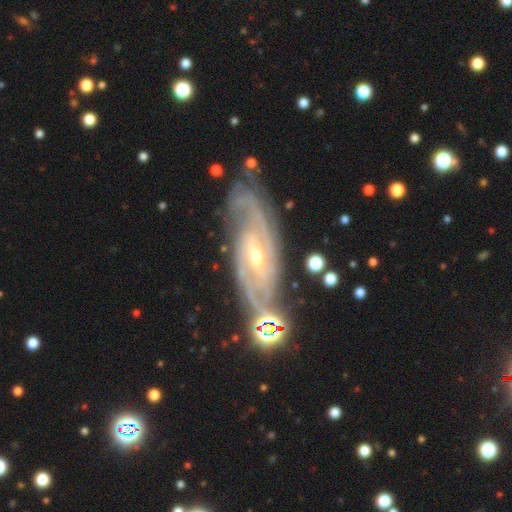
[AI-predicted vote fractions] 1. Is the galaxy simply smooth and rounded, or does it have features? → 91% featured or disk, 5% star or artifact, 4% smooth.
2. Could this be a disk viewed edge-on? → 93% no, 7% yes.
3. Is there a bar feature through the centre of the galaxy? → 44% weak, 28% no, 28% strong.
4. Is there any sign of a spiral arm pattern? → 98% yes, 2% no.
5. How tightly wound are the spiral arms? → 54% tight, 39% medium, 7% loose.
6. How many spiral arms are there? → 65% 2, 13% 3, 10% can't tell, 5% 4, 3% more than 4, 3% 1.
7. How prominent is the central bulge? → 60% small, 37% moderate, 1% large, 1% none, 1% dominant.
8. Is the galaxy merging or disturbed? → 73% none, 15% minor disturbance, 7% merger, 5% major disturbance.